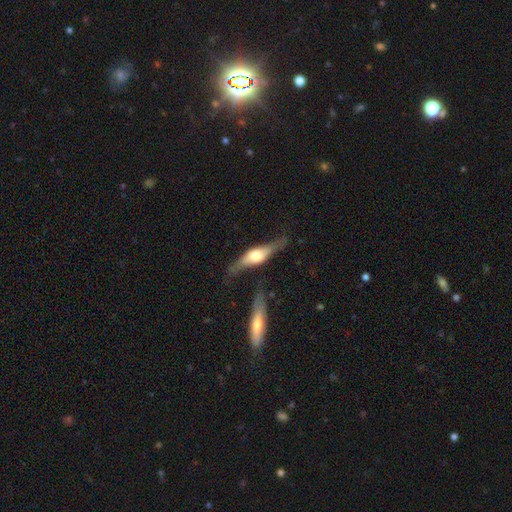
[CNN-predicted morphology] type=featured or disk (69%); edge-on=yes (89%); edge-on bulge=rounded (87%); merging=none (68%).